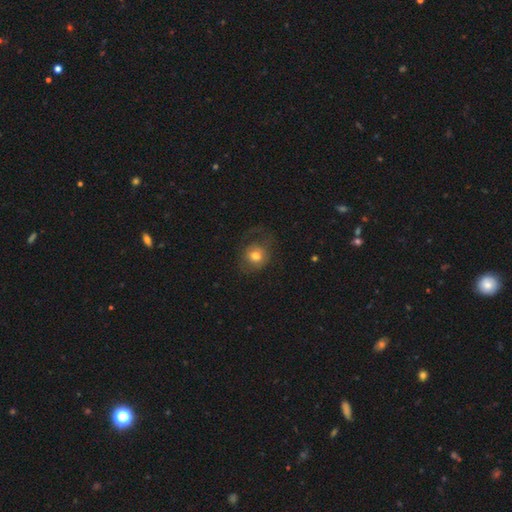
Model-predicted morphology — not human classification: smooth-or-featured: smooth: 71% | featured or disk: 20% | star or artifact: 9%
  how-rounded: round: 75% | in between: 24% | cigar-shaped: 1%
  merging: none: 51% | major disturbance: 27% | minor disturbance: 21% | merger: 2%